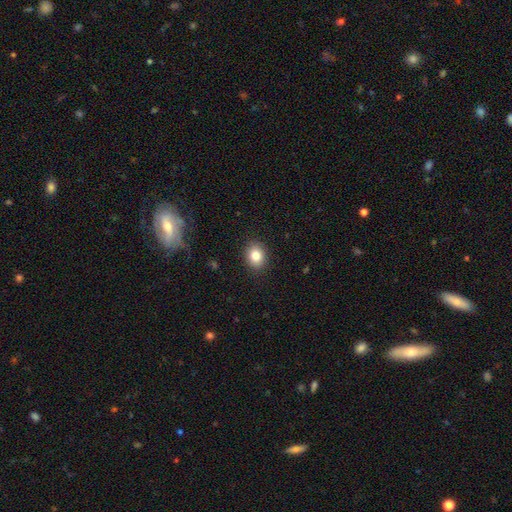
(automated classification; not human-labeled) A smooth galaxy with no disk features (83%) that is round (50%). Merging: none (89%).